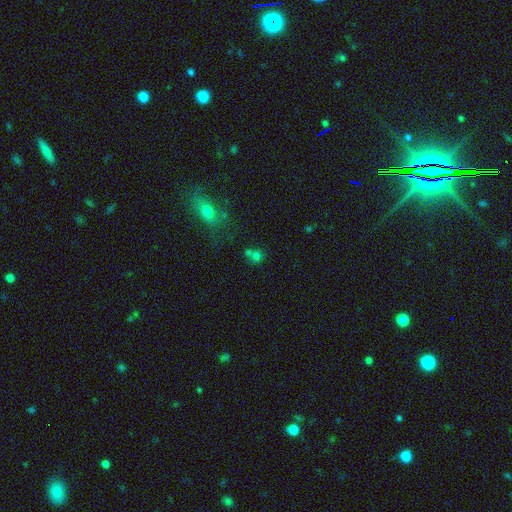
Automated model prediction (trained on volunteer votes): A smooth galaxy with no disk features (66%) that is round (78%).

Vote fractions:
- Smooth or featured? smooth: 66% / star or artifact: 22% / featured or disk: 11%
- How rounded? round: 78% / in between: 21% / cigar-shaped: 1%
- Merging? none: 48% / merger: 37% / minor disturbance: 10% / major disturbance: 5%